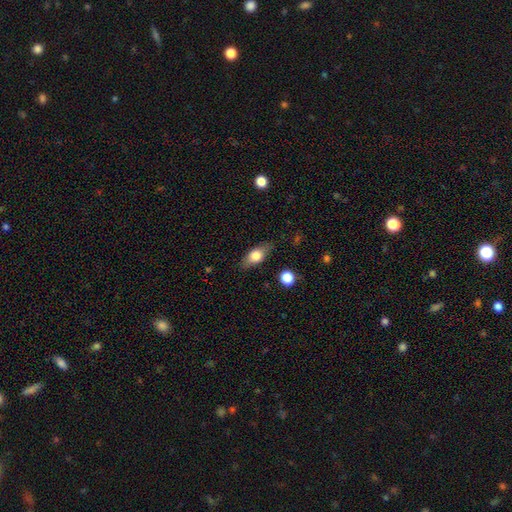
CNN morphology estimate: smooth_or_featured: smooth (p=0.69) [alt: featured or disk p=0.24]
how_rounded: in between (p=0.78) [alt: cigar-shaped p=0.14]
merging: none (p=0.81) [alt: minor disturbance p=0.14]